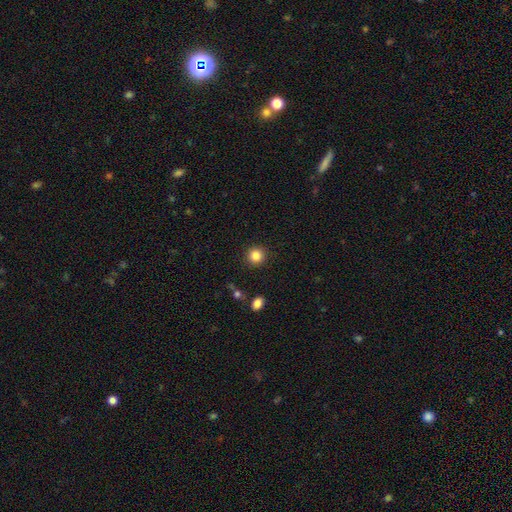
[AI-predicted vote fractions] Smooth or featured?
  - smooth: 85% *
  - star or artifact: 11%
  - featured or disk: 4%
How rounded?
  - round: 93% *
  - in between: 6%
  - cigar-shaped: 1%
Merging?
  - none: 91% *
  - minor disturbance: 6%
  - major disturbance: 2%
  - merger: 1%